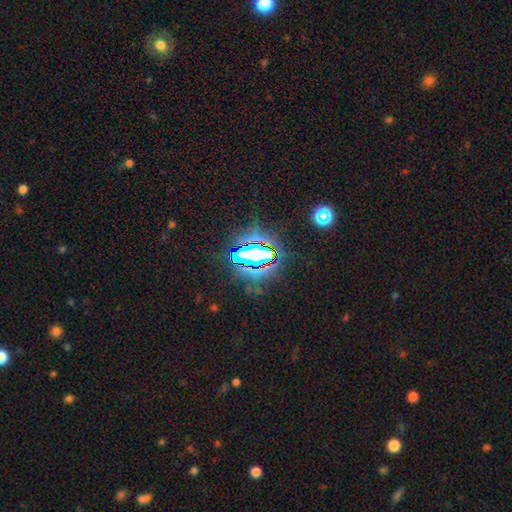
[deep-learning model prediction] A star or artifact, not a galaxy (74%).

Vote fractions:
- Smooth or featured? star or artifact: 74% / featured or disk: 14% / smooth: 13%